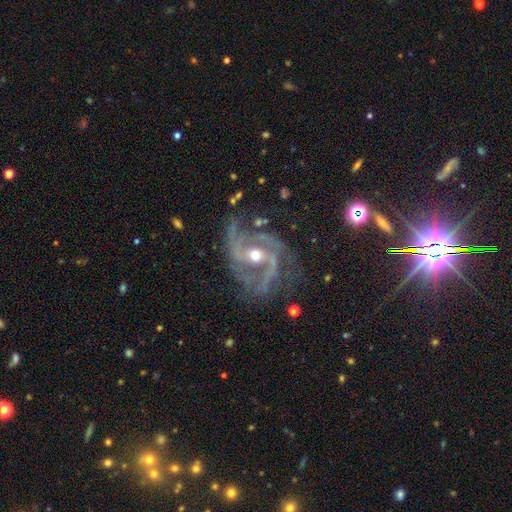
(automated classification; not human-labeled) A featured or disk galaxy (91%) with no bar (40%), 2 (47%) medium (54%) spiral arms (98%) and a moderate central bulge (71%). Merging: none (62%).